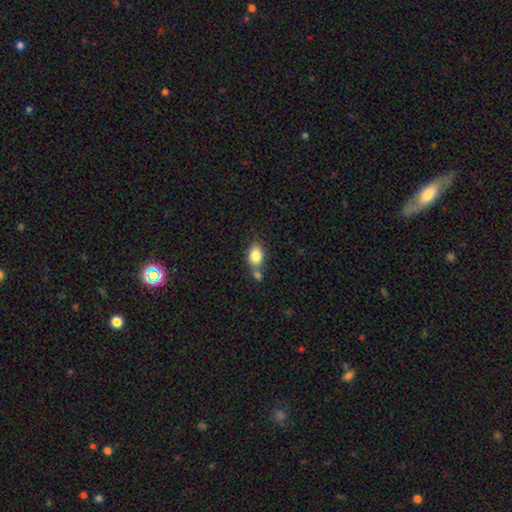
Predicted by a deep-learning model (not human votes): smooth_or_featured: smooth (p=0.82) [alt: featured or disk p=0.10]
how_rounded: in between (p=0.76) [alt: round p=0.22]
merging: none (p=0.49) [alt: merger p=0.34]